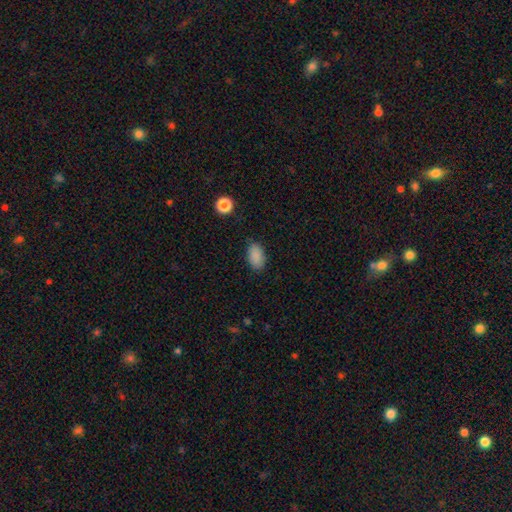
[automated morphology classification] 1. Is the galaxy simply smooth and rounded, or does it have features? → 87% smooth, 9% star or artifact, 4% featured or disk.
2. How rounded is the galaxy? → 91% in between, 8% round, 2% cigar-shaped.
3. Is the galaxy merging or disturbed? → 83% none, 12% minor disturbance, 3% major disturbance, 1% merger.